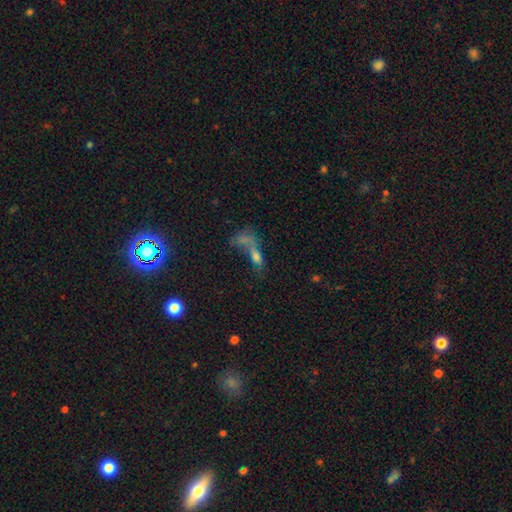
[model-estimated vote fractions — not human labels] The model was most divided on "merging": merger: 45%, none: 24%, major disturbance: 21%, minor disturbance: 10%. Remaining: smooth or featured — smooth (48%).